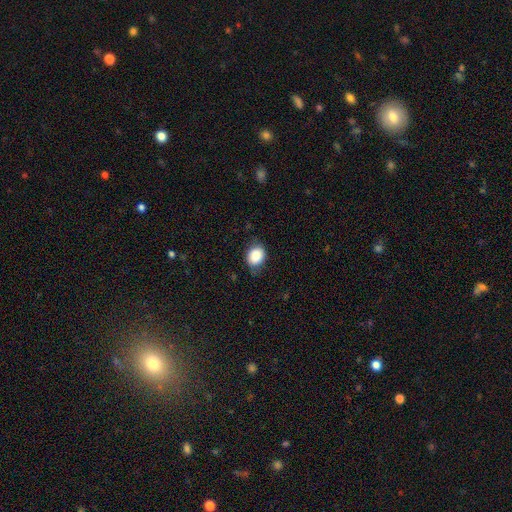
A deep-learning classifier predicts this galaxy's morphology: The model was most divided on "how rounded": in between: 50%, round: 49%, cigar-shaped: 1%. More confident: smooth or featured — smooth (88%); merging — none (74%).